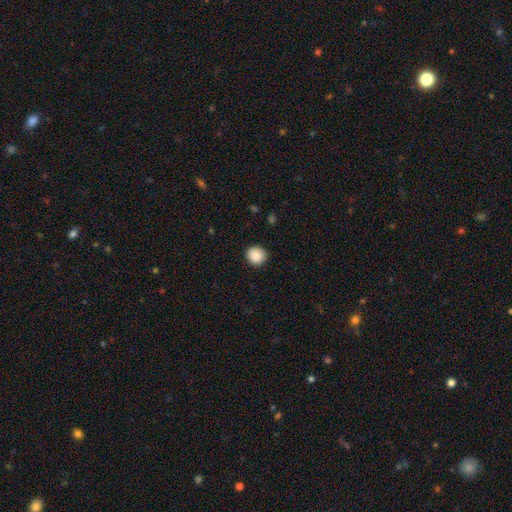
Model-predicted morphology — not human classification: Smooth or featured?
  - smooth: 88% *
  - star or artifact: 9%
  - featured or disk: 3%
How rounded?
  - round: 93% *
  - in between: 7%
  - cigar-shaped: 1%
Merging?
  - none: 90% *
  - minor disturbance: 7%
  - major disturbance: 2%
  - merger: 1%